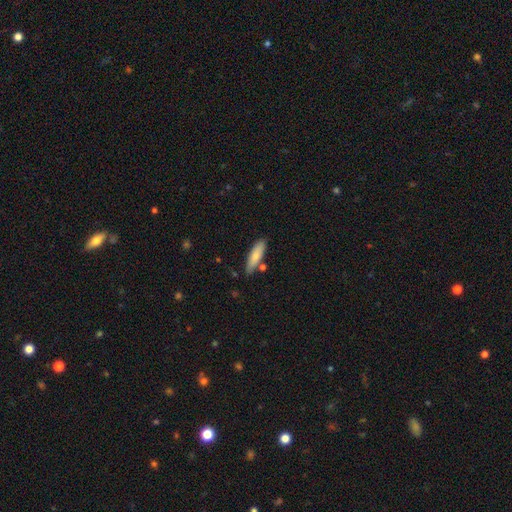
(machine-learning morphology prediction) The model was most divided on "how rounded": cigar-shaped: 57%, in between: 41%, round: 2%. More confident: merging — none (78%); smooth or featured — smooth (77%).